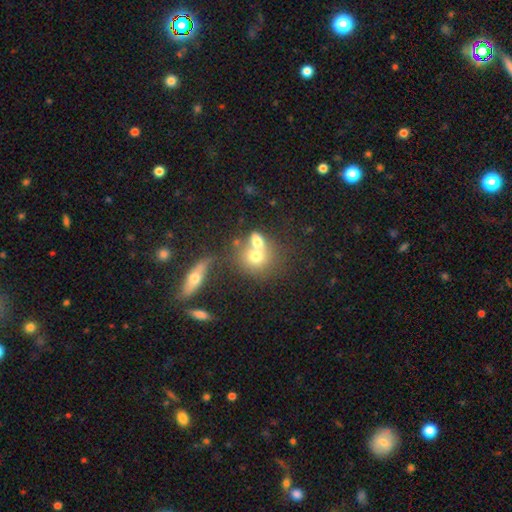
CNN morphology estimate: Overall: smooth (66%). How rounded: round (65%; in between 32%). Merging: merger (56%; none 30%).